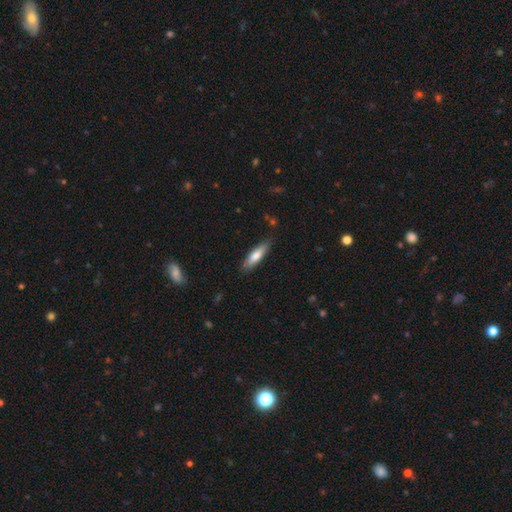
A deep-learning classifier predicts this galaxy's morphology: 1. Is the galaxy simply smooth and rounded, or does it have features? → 71% smooth, 24% featured or disk, 6% star or artifact.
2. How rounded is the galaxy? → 67% cigar-shaped, 32% in between, 2% round.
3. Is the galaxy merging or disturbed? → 82% none, 14% minor disturbance, 3% major disturbance, 2% merger.